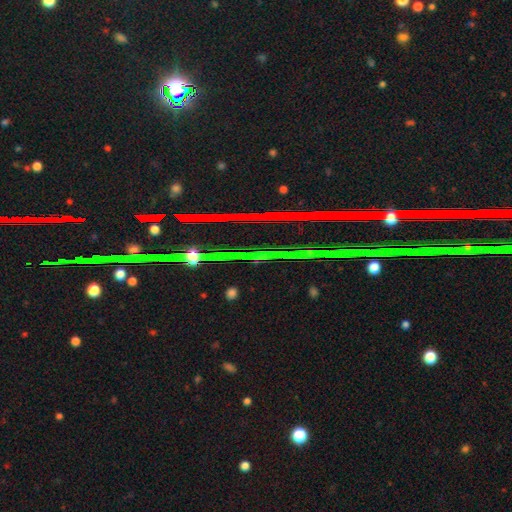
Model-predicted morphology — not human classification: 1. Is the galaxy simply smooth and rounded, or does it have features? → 85% star or artifact, 8% featured or disk, 7% smooth.